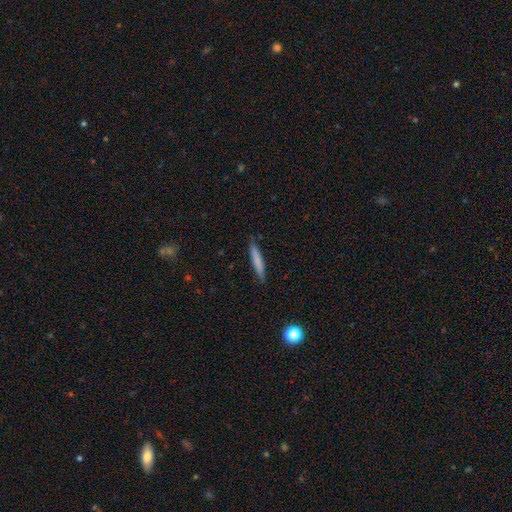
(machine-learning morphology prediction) A smooth galaxy with no disk features (71%) that is cigar-shaped (95%). Merging: none (88%).